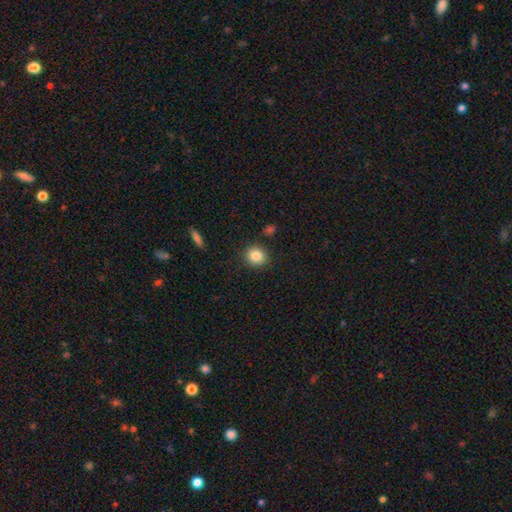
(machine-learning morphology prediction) This is clearly a smooth galaxy (85%). How rounded: clearly round (82%). Merging: clearly none (88%).